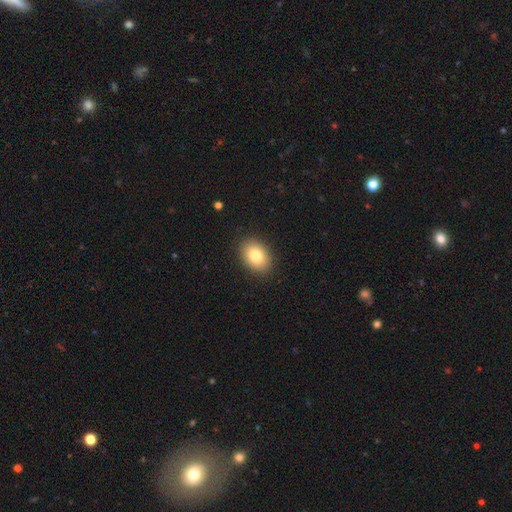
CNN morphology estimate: Smooth or featured? smooth (81%)
How rounded? in between (77%)
Merging? none (90%)